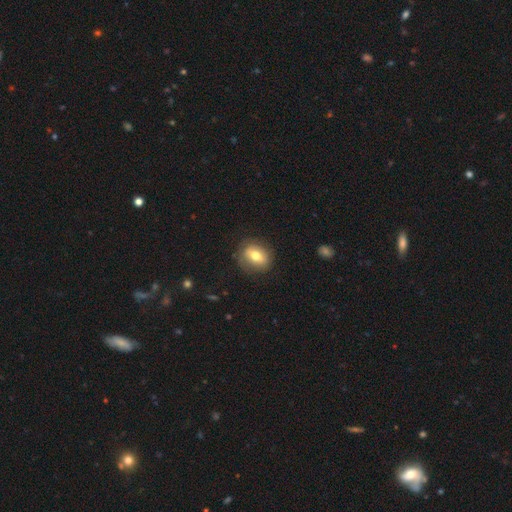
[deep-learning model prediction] Smooth or featured?
  - smooth: 64% *
  - featured or disk: 27%
  - star or artifact: 9%
How rounded?
  - round: 55% *
  - in between: 44%
  - cigar-shaped: 1%
Merging?
  - none: 81% *
  - minor disturbance: 14%
  - major disturbance: 4%
  - merger: 1%